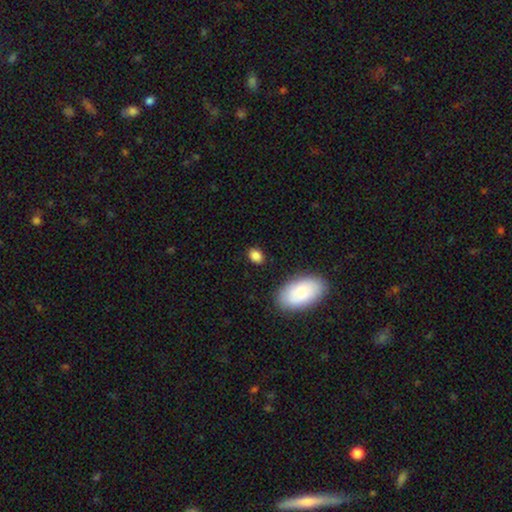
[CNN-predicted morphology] A smooth galaxy with no disk features (85%) that is in between round and cigar-shaped (72%).

Vote fractions:
- Smooth or featured? smooth: 85% / star or artifact: 9% / featured or disk: 6%
- How rounded? in between: 72% / round: 26% / cigar-shaped: 2%
- Merging? none: 81% / minor disturbance: 12% / merger: 3% / major disturbance: 3%